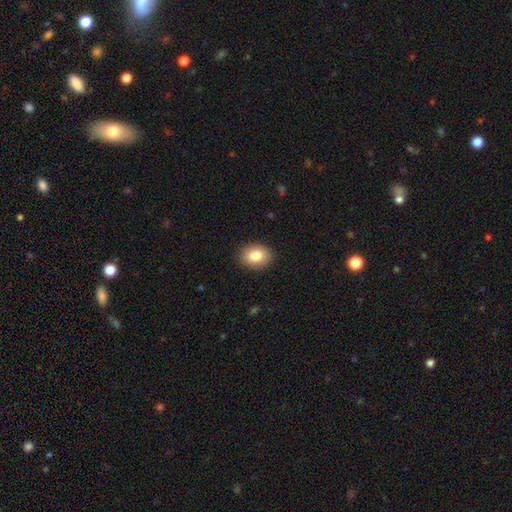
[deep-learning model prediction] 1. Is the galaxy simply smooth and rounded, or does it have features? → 85% smooth, 8% featured or disk, 8% star or artifact.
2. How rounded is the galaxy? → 69% in between, 30% round, 1% cigar-shaped.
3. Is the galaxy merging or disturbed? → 89% none, 8% minor disturbance, 2% major disturbance, 1% merger.